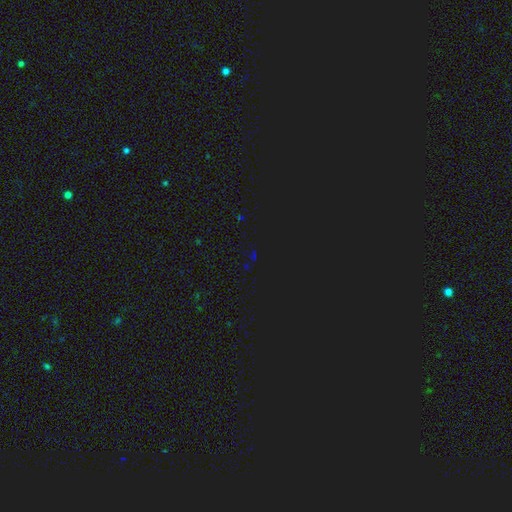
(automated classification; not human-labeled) Smooth or featured?
  - star or artifact: 75% *
  - smooth: 18%
  - featured or disk: 7%